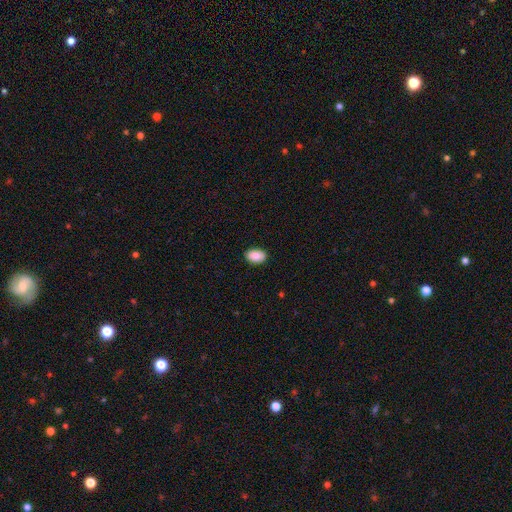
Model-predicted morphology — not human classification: This is clearly a smooth galaxy (90%). How rounded: clearly in between (91%). Merging: clearly none (89%).